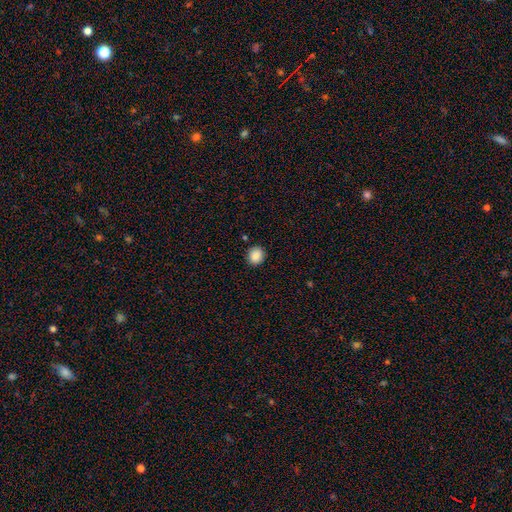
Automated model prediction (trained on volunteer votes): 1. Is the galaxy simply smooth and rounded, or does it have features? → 88% smooth, 9% star or artifact, 3% featured or disk.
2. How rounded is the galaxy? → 80% round, 19% in between, 1% cigar-shaped.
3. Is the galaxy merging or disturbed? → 91% none, 6% minor disturbance, 2% major disturbance, 1% merger.